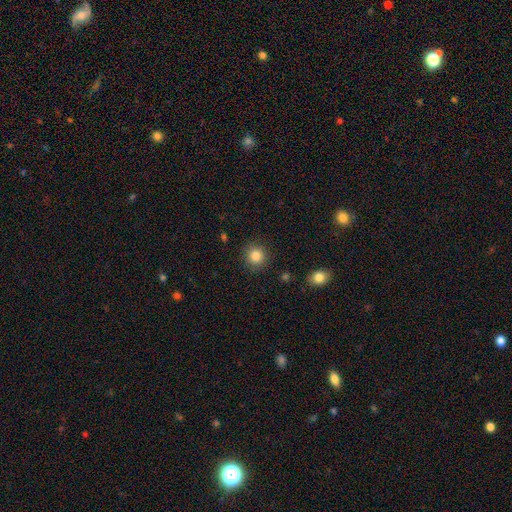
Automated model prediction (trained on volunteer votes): Overall: smooth (85%). How rounded: round (91%). Merging: none (88%).